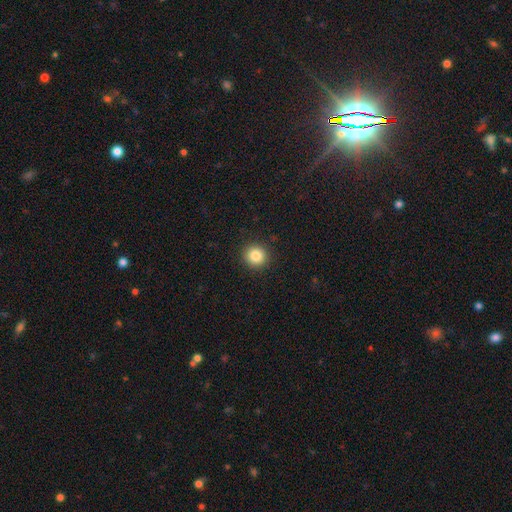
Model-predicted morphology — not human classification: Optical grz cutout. It shows a smooth galaxy with no disk features (85%) that is round (91%). Merging: none (92%).